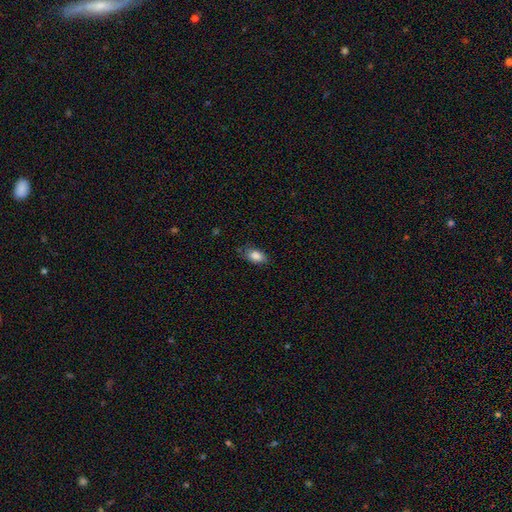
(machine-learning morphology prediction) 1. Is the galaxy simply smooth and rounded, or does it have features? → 87% smooth, 8% star or artifact, 6% featured or disk.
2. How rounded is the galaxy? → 90% in between, 7% round, 3% cigar-shaped.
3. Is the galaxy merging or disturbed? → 77% none, 18% minor disturbance, 4% major disturbance, 1% merger.